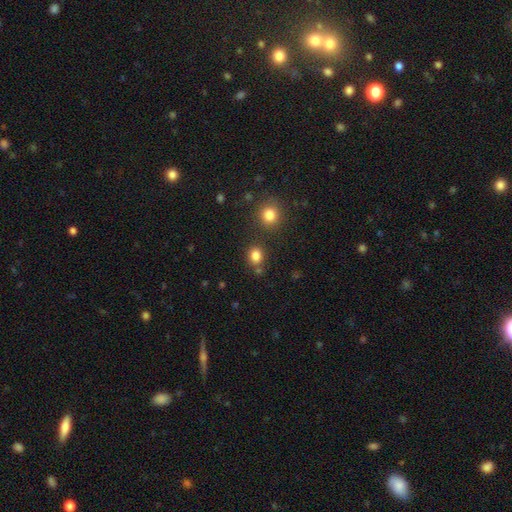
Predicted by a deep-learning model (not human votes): A smooth galaxy with no disk features (82%) that is round (70%).

Vote fractions:
- Smooth or featured? smooth: 82% / star or artifact: 13% / featured or disk: 5%
- How rounded? round: 70% / in between: 29% / cigar-shaped: 1%
- Merging? none: 75% / merger: 11% / minor disturbance: 10% / major disturbance: 4%